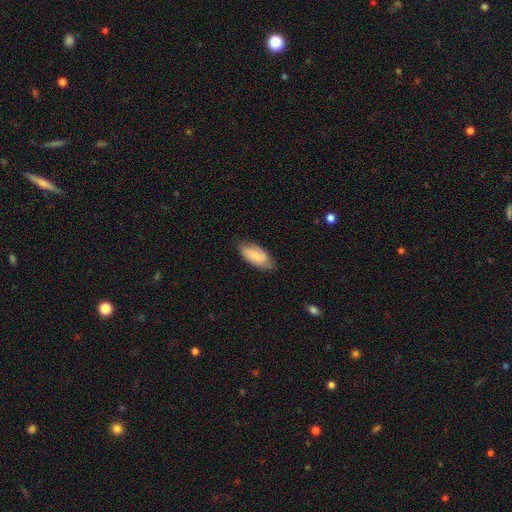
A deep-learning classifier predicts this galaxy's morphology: A smooth galaxy with no disk features (62%) that is in between round and cigar-shaped (91%). Merging: none (75%).